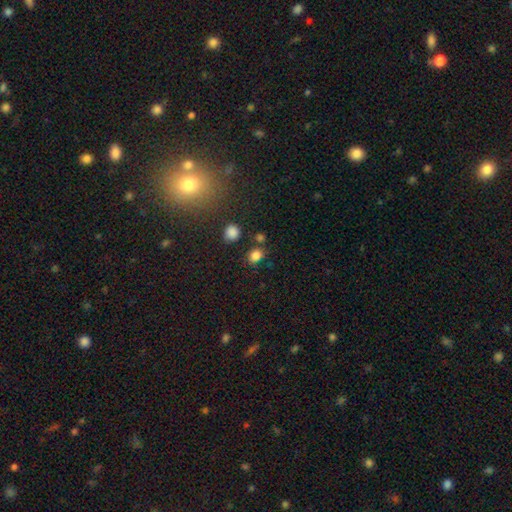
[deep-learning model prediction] This is clearly a smooth galaxy (82%). How rounded: possibly round (51%). Merging: likely none (74%).